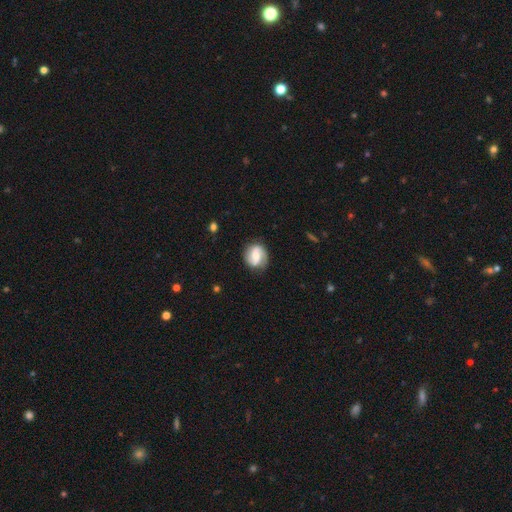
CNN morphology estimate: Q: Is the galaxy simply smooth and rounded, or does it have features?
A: featured or disk — 68%.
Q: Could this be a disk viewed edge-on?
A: no — 98%.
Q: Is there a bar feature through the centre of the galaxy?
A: weak — 46%.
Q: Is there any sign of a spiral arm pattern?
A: yes — 92%.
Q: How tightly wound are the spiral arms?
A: medium — 43%.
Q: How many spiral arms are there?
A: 2 — 86%.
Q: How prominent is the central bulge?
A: moderate — 52%.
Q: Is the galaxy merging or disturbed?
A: none — 80%.